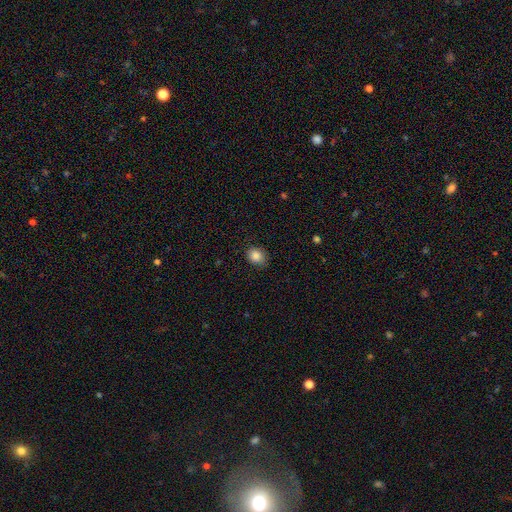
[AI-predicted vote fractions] A smooth galaxy with no disk features (86%) that is round (52%). Merging: none (84%).